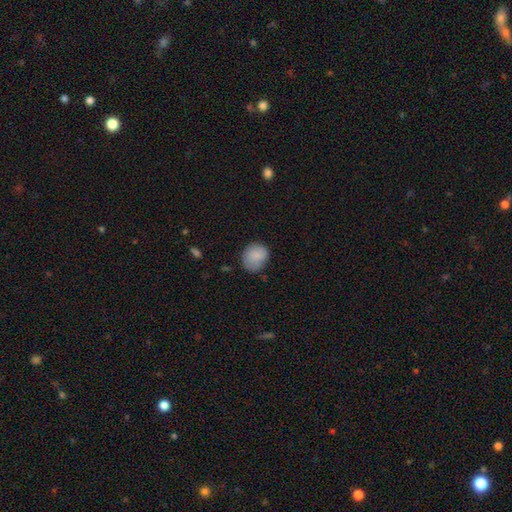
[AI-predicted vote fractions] The model was most divided on "how rounded": round: 67%, in between: 32%, cigar-shaped: 1%. More confident: smooth or featured — smooth (86%); merging — none (69%).